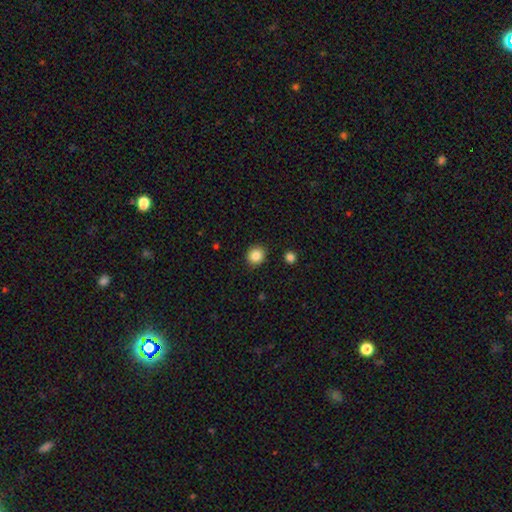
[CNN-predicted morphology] Smooth or featured? Predicted: smooth (p=0.85). How rounded? Predicted: round (p=0.85). Merging? Predicted: none (p=0.90).